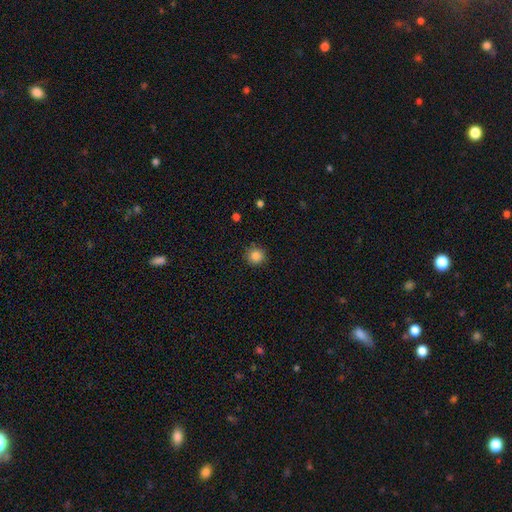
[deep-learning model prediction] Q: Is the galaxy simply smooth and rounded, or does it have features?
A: smooth — 85%.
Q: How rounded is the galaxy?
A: round — 93%.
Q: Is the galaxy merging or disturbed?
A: none — 90%.